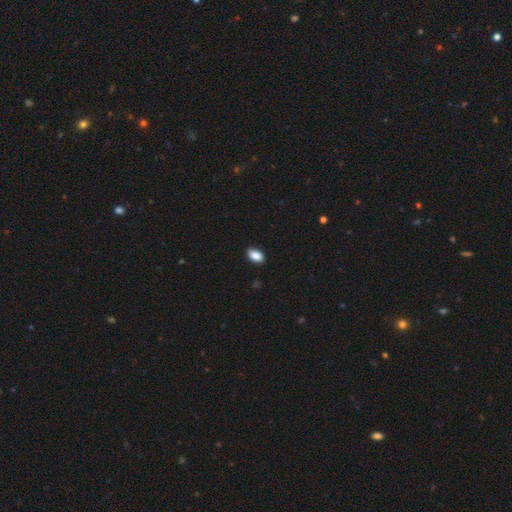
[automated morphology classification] type=smooth (89%); roundness=in between (90%); merging=none (89%).